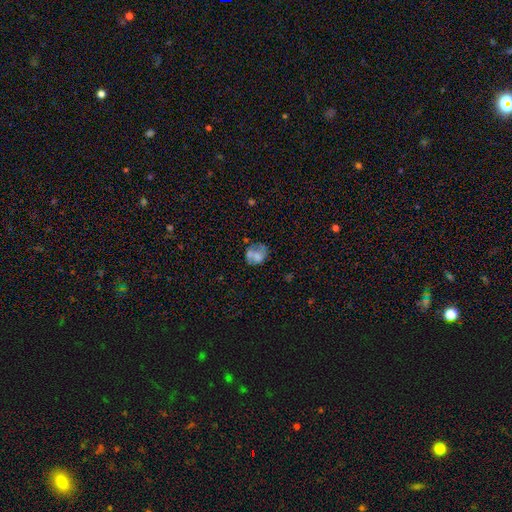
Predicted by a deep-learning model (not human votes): Smooth or featured? smooth (52%)
How rounded? round (57%)
Merging? none (42%)